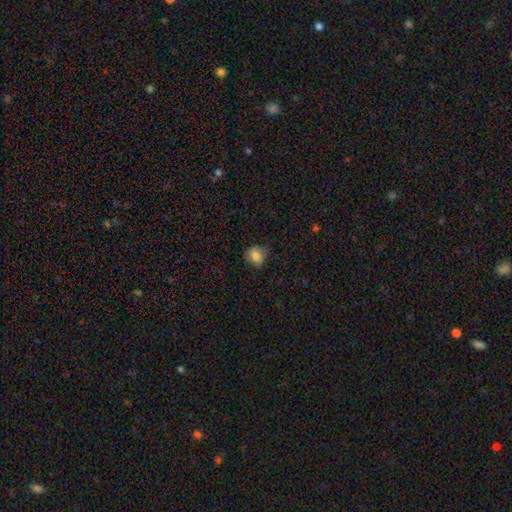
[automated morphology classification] The model was most divided on "how rounded": round: 72%, in between: 27%, cigar-shaped: 1%. More confident: smooth or featured — smooth (82%); merging — none (72%).